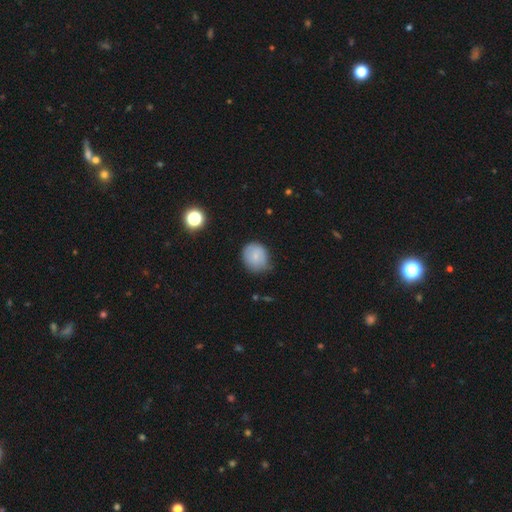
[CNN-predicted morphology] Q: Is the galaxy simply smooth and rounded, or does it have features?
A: smooth — 76%.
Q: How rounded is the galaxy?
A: round — 72%.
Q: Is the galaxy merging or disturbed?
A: none — 68%.